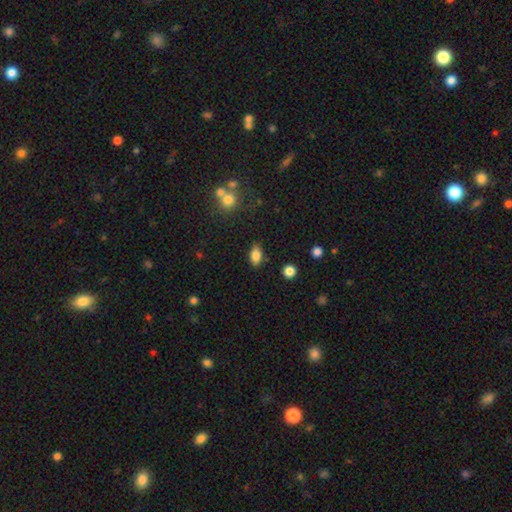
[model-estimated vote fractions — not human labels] Morphology: type=smooth (83%); roundness=in between (89%); merging=none (83%).